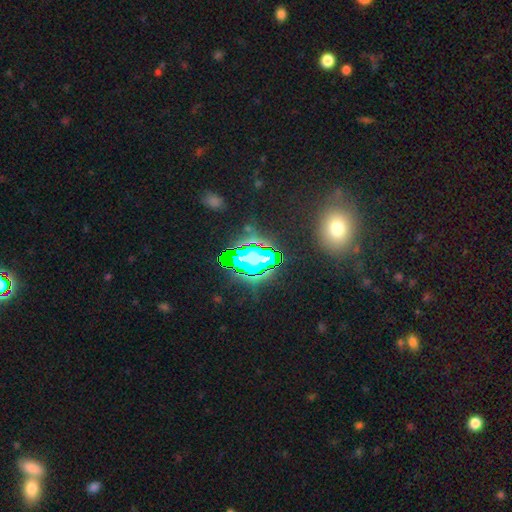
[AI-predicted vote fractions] Smooth or featured? star or artifact (73%)